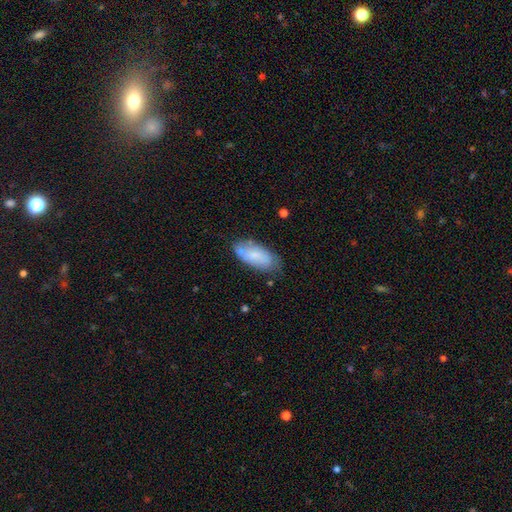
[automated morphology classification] Smooth or featured: smooth — 72% (featured or disk — 21%)
How rounded: in between — 90% (cigar-shaped — 8%)
Merging: none — 59% (minor disturbance — 24%)